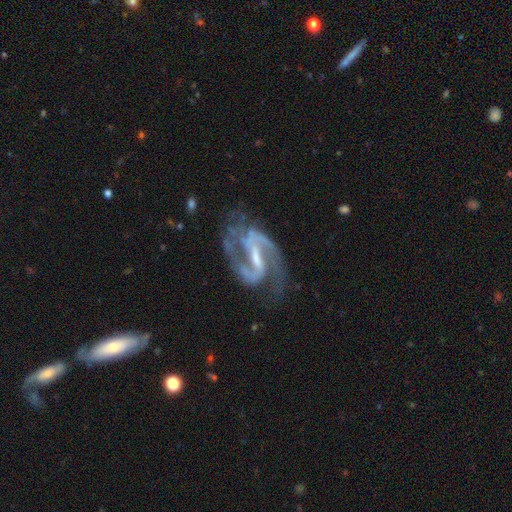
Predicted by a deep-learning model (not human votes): smooth_or_featured: featured or disk (p=0.93) [alt: star or artifact p=0.05]
disk_edge_on: no (p=0.98) [alt: yes p=0.02]
bar: strong (p=0.52) [alt: weak p=0.39]
has_spiral_arms: yes (p=0.98) [alt: no p=0.02]
spiral_winding: medium (p=0.62) [alt: tight p=0.19]
spiral_arm_count: 2 (p=0.92) [alt: 3 p=0.02]
bulge_size: small (p=0.50) [alt: moderate p=0.25]
merging: none (p=0.67) [alt: minor disturbance p=0.18]